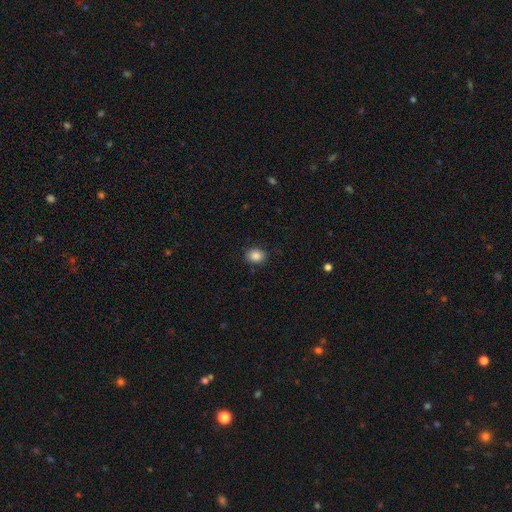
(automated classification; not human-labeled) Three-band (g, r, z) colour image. It shows a smooth galaxy with no disk features (87%) that is in between round and cigar-shaped (61%). Merging: none (87%).